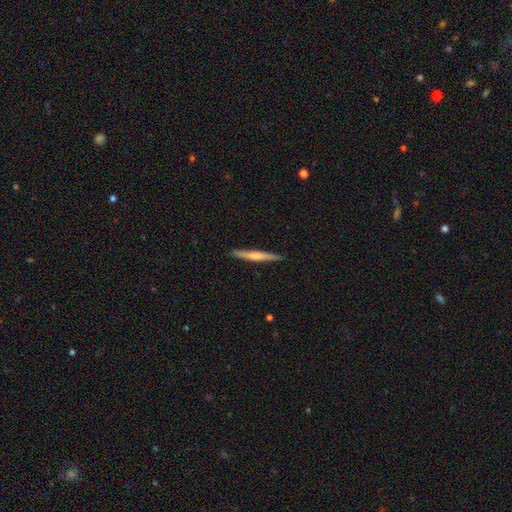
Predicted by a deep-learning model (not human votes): The model was most divided on "smooth or featured": featured or disk: 48%, smooth: 47%, star or artifact: 5%. More confident: merging — none (90%).